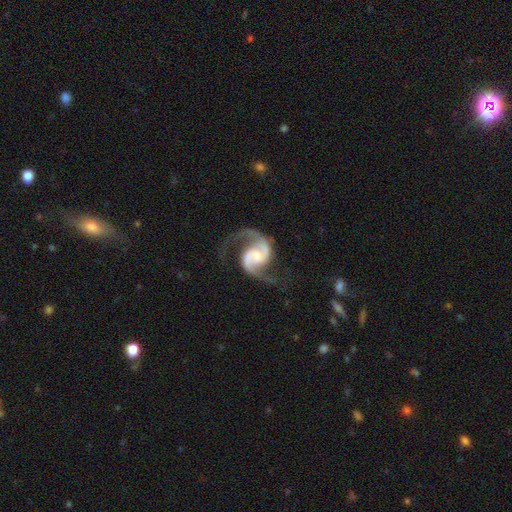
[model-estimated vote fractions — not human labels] This appears to be a featured or disk galaxy (93%) with no bar (46%), 2 (94%) medium (52%) spiral arms (98%) and a small central bulge (41%). Merging: none (74%).